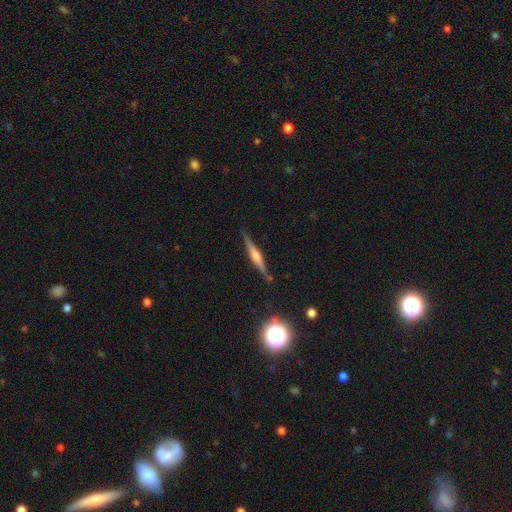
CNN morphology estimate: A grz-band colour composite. It shows a featured or disk galaxy (70%) viewed edge-on (97%) with a rounded central bulge (75%). Merging: none (86%).